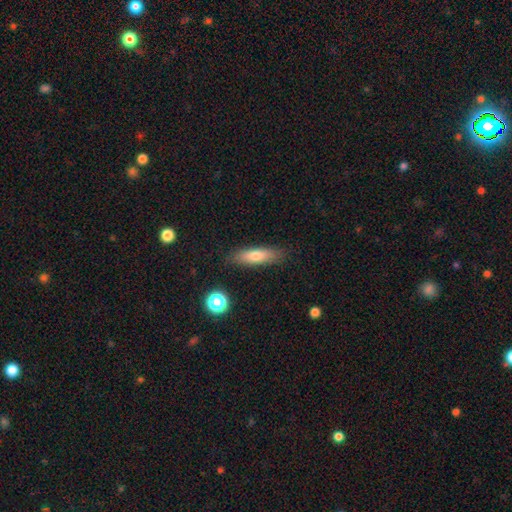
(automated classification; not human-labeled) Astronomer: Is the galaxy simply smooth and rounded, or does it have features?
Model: smooth — 71%.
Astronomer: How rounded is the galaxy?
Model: cigar-shaped — 62%.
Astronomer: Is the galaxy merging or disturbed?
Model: none — 85%.